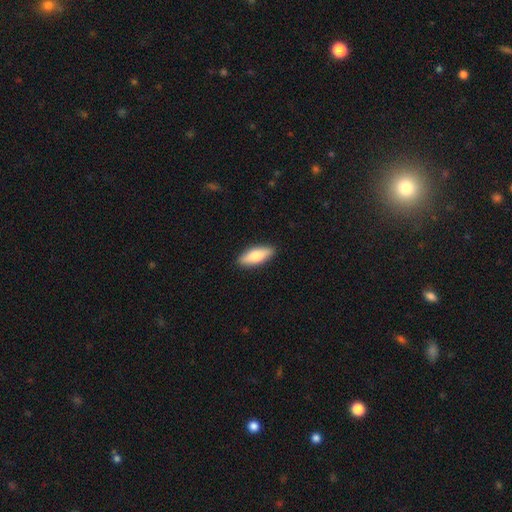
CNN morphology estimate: smooth-or-featured: smooth: 71% | featured or disk: 24% | star or artifact: 5%
  how-rounded: in between: 63% | cigar-shaped: 35% | round: 2%
  merging: none: 90% | minor disturbance: 8% | major disturbance: 2% | merger: 1%